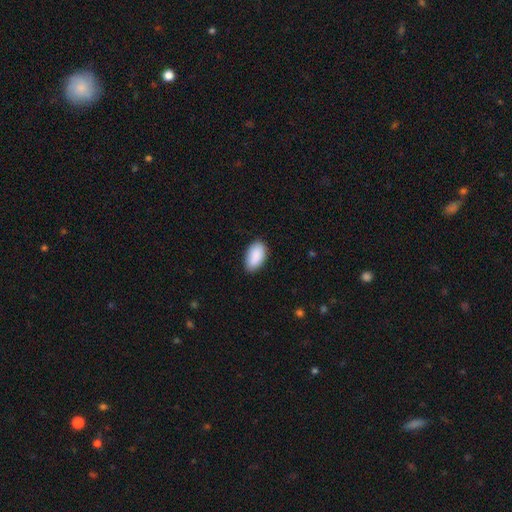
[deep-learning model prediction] smooth-or-featured: smooth: 90% | star or artifact: 6% | featured or disk: 4%
  how-rounded: in between: 95% | round: 3% | cigar-shaped: 2%
  merging: none: 85% | minor disturbance: 12% | major disturbance: 2% | merger: 1%